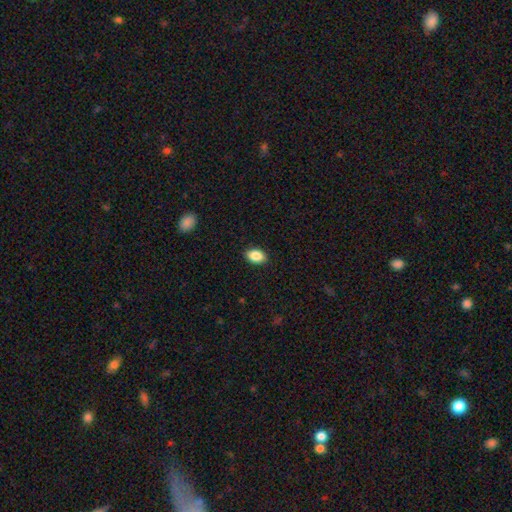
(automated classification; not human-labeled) Smooth or featured?
  - smooth: 87% *
  - star or artifact: 8%
  - featured or disk: 5%
How rounded?
  - in between: 87% *
  - round: 12%
  - cigar-shaped: 1%
Merging?
  - none: 89% *
  - minor disturbance: 8%
  - major disturbance: 2%
  - merger: 1%